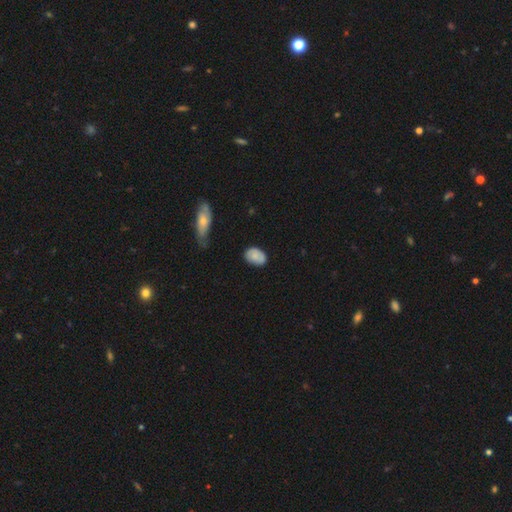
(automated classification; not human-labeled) Smooth or featured?
  - smooth: 79% *
  - featured or disk: 14%
  - star or artifact: 7%
How rounded?
  - in between: 85% *
  - round: 14%
  - cigar-shaped: 1%
Merging?
  - none: 74% *
  - minor disturbance: 20%
  - major disturbance: 4%
  - merger: 2%